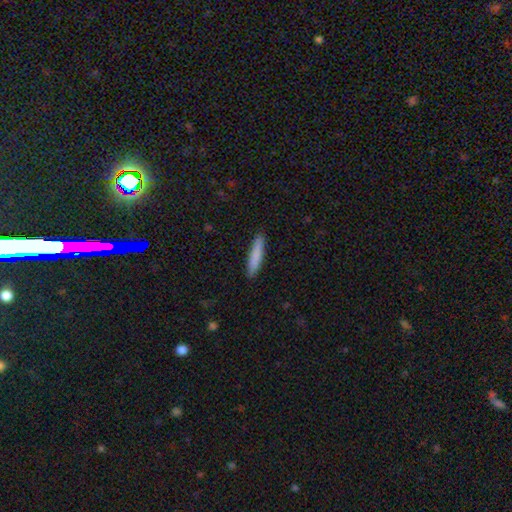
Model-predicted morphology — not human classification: smooth-or-featured: smooth: 83% | featured or disk: 11% | star or artifact: 6%
  how-rounded: cigar-shaped: 89% | in between: 9% | round: 1%
  merging: none: 90% | minor disturbance: 8% | major disturbance: 2% | merger: 1%